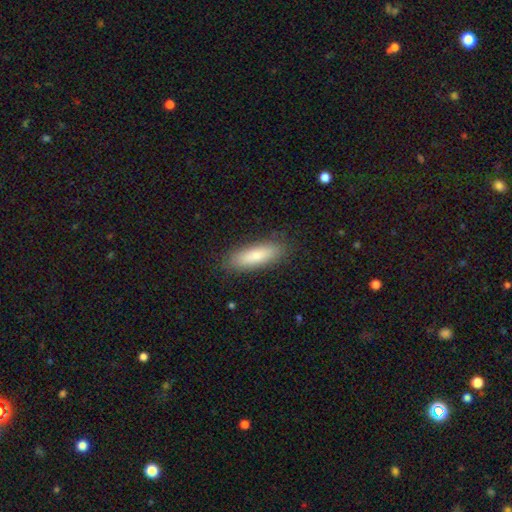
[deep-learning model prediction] A smooth galaxy with no disk features (80%) that is cigar-shaped (51%).

Vote fractions:
- Smooth or featured? smooth: 80% / featured or disk: 14% / star or artifact: 6%
- How rounded? cigar-shaped: 51% / in between: 47% / round: 2%
- Merging? none: 86% / minor disturbance: 10% / major disturbance: 3% / merger: 1%